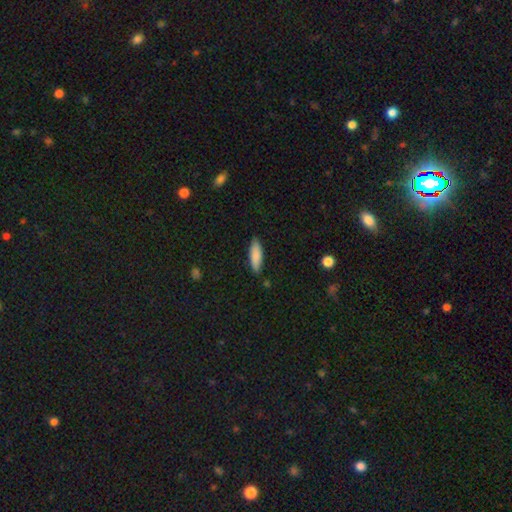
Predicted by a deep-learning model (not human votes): smooth-or-featured: smooth: 87% | featured or disk: 7% | star or artifact: 6%
  how-rounded: in between: 51% | cigar-shaped: 47% | round: 2%
  merging: none: 85% | minor disturbance: 12% | major disturbance: 2% | merger: 2%